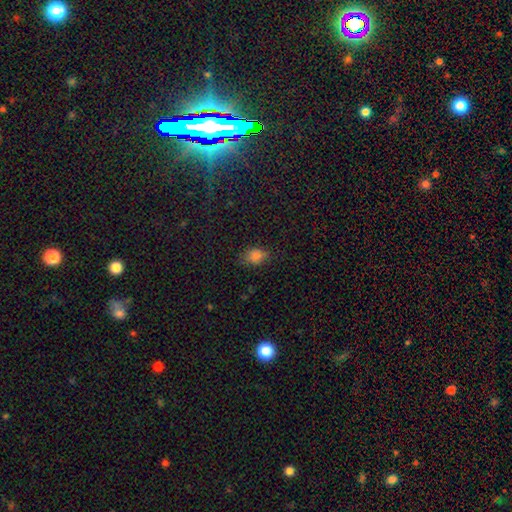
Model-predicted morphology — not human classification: Overall: smooth (81%). How rounded: in between (67%; round 31%). Merging: none (72%).